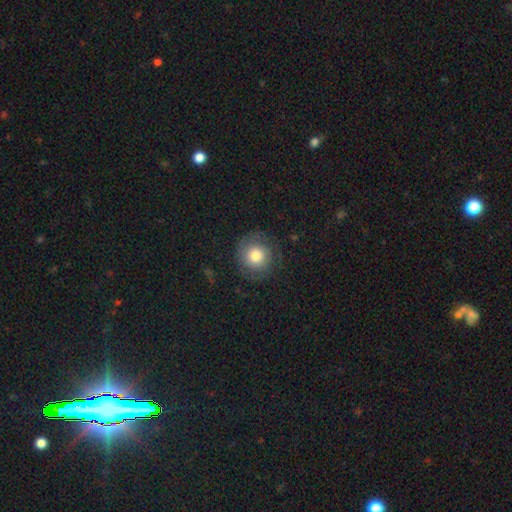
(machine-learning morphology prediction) The model was most divided on "smooth or featured": smooth: 63%, featured or disk: 28%, star or artifact: 9%. More confident: how rounded — round (92%); merging — none (78%).